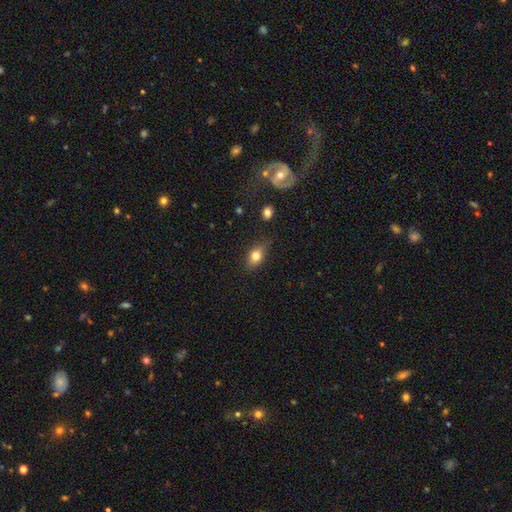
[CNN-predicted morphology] smooth_or_featured: smooth (p=0.76) [alt: featured or disk p=0.14]
how_rounded: in between (p=0.71) [alt: round p=0.23]
merging: none (p=0.71) [alt: minor disturbance p=0.22]